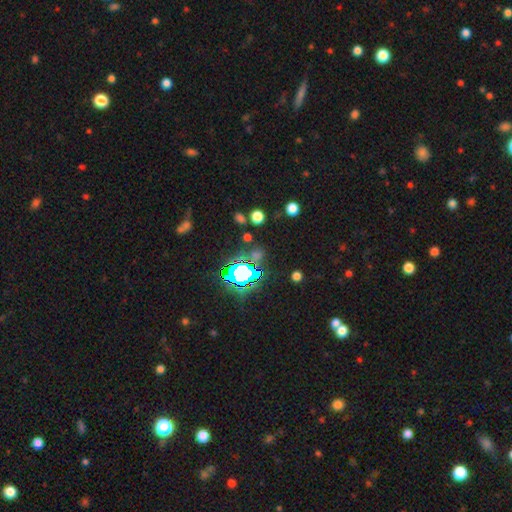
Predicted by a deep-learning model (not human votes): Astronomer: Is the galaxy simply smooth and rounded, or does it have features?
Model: star or artifact — 65%.